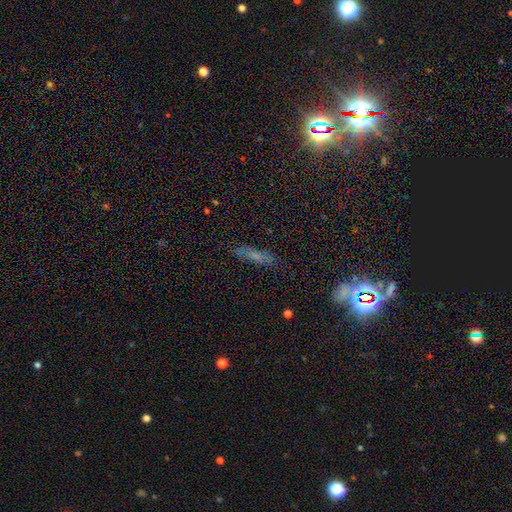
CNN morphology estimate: This is possibly a smooth galaxy (48%). Merging: likely none (76%).